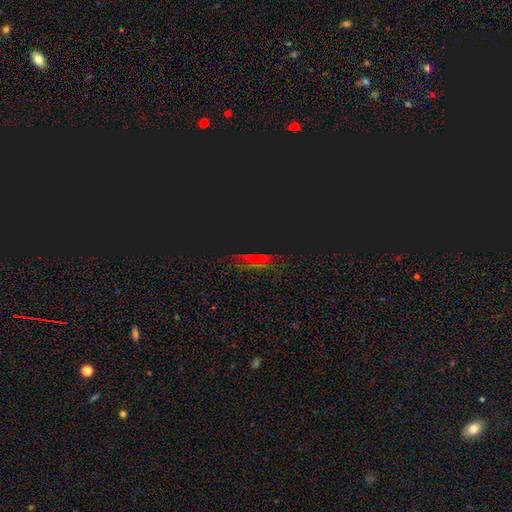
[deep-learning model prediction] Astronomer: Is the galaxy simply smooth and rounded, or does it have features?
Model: star or artifact — 63%.